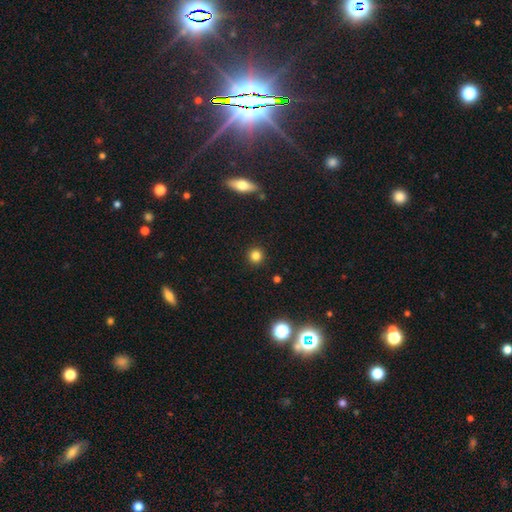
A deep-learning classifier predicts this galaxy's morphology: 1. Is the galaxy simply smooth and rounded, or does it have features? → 82% smooth, 13% star or artifact, 5% featured or disk.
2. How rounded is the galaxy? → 95% round, 4% in between, 1% cigar-shaped.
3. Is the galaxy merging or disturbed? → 92% none, 5% minor disturbance, 2% major disturbance, 1% merger.